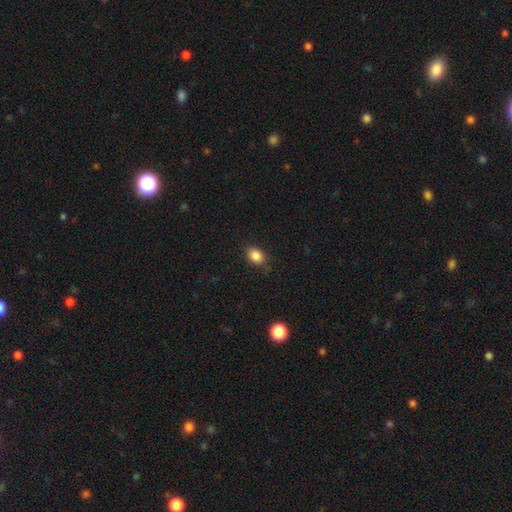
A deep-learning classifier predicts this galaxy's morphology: A smooth galaxy with no disk features (86%) that is in between round and cigar-shaped (65%).

Vote fractions:
- Smooth or featured? smooth: 86% / star or artifact: 10% / featured or disk: 4%
- How rounded? in between: 65% / round: 34% / cigar-shaped: 1%
- Merging? none: 81% / minor disturbance: 14% / major disturbance: 3% / merger: 1%